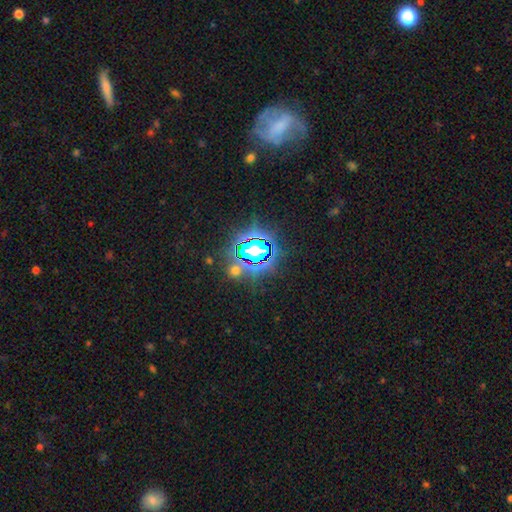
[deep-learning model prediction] Q: Smooth or featured?
A: star or artifact (76%); runner-up: smooth (13%)